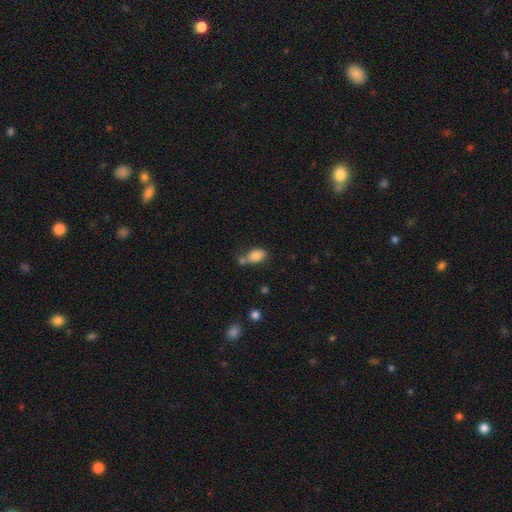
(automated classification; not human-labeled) Morphology: type=smooth (84%); roundness=in between (87%); merging=none (47%).